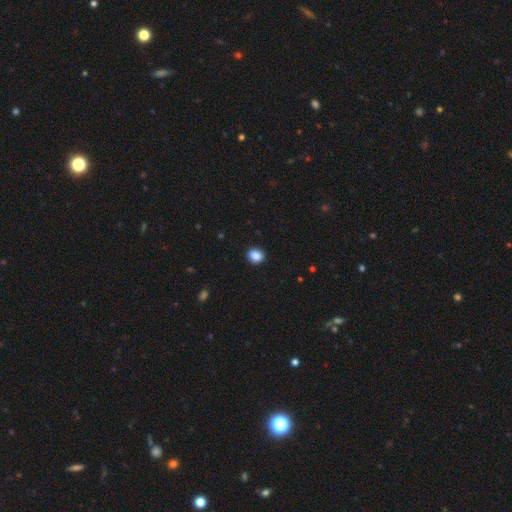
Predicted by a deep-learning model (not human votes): A smooth galaxy with no disk features (88%) that is round (70%).

Vote fractions:
- Smooth or featured? smooth: 88% / star or artifact: 9% / featured or disk: 3%
- How rounded? round: 70% / in between: 29% / cigar-shaped: 1%
- Merging? none: 91% / minor disturbance: 6% / major disturbance: 2% / merger: 1%